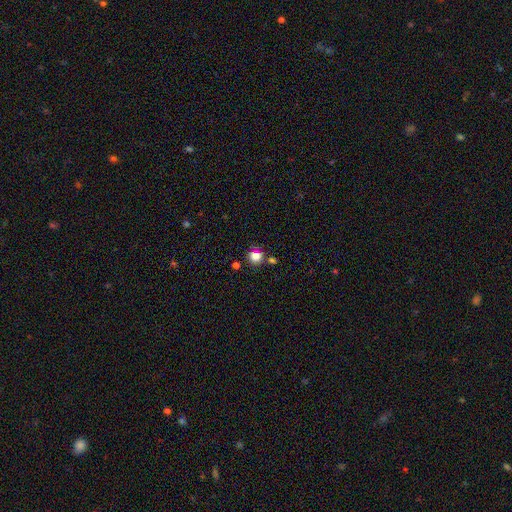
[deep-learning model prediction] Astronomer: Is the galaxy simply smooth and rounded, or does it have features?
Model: smooth — 78%.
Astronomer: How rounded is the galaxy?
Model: round — 87%.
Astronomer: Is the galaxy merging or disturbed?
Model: none — 79%.